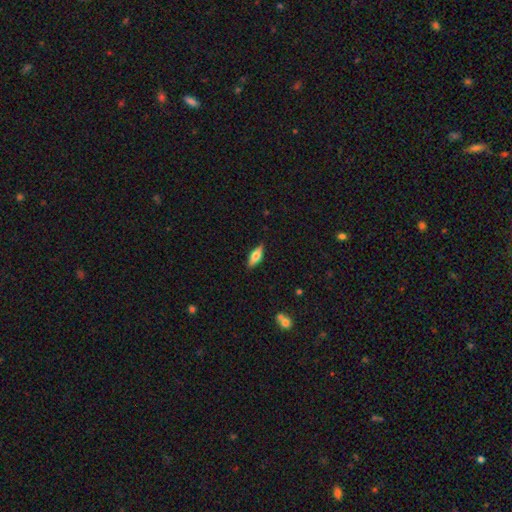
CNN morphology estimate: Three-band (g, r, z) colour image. It shows a smooth galaxy with no disk features (58%) that is in between round and cigar-shaped (59%). Merging: none (88%).